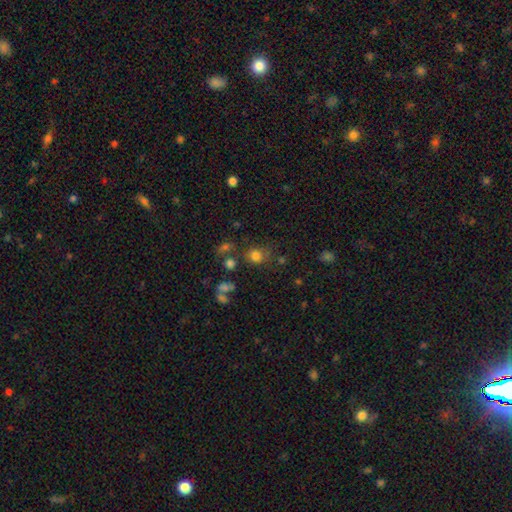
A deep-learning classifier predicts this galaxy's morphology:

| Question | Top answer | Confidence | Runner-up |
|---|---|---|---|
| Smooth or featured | smooth | 77% | star or artifact (15%) |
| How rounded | round | 80% | in between (19%) |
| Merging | none | 67% | minor disturbance (15%) |